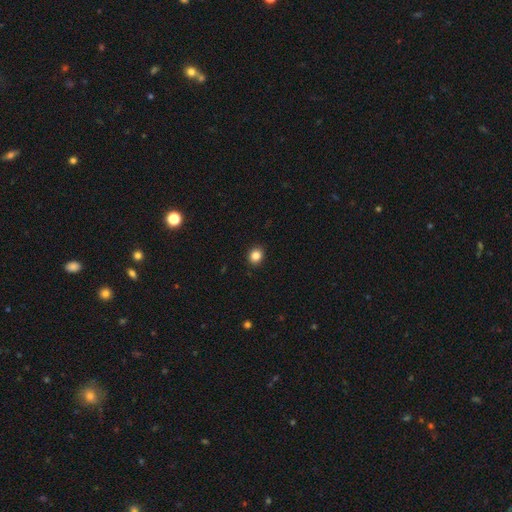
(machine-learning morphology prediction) Smooth or featured: smooth — 85% (star or artifact — 11%)
How rounded: round — 76% (in between — 23%)
Merging: none — 92% (minor disturbance — 6%)